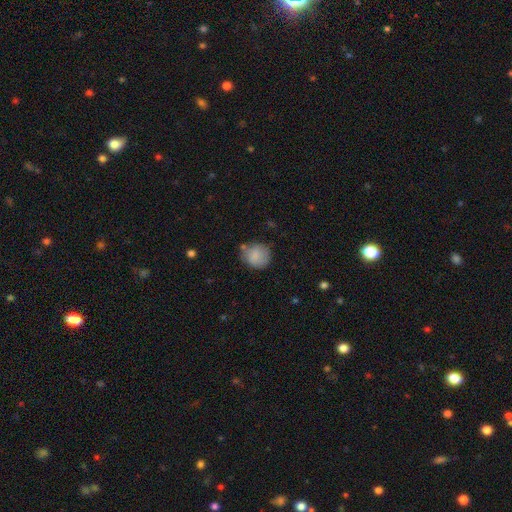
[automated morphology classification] Smooth or featured? smooth (83%)
How rounded? round (84%)
Merging? none (68%)